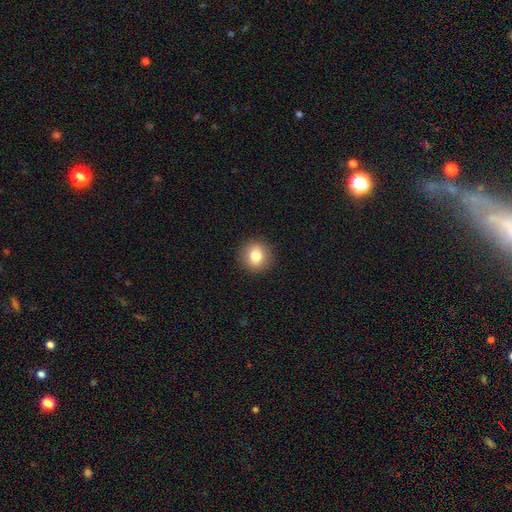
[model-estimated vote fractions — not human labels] Smooth or featured: smooth — 81% (star or artifact — 10%)
How rounded: round — 88% (in between — 11%)
Merging: none — 91% (minor disturbance — 6%)